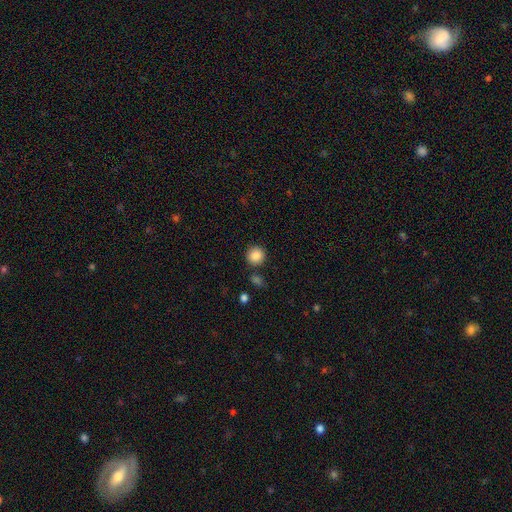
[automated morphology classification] Q: Smooth or featured?
A: smooth (87%); runner-up: star or artifact (9%)
Q: How rounded?
A: round (92%); runner-up: in between (7%)
Q: Merging?
A: none (85%); runner-up: minor disturbance (8%)